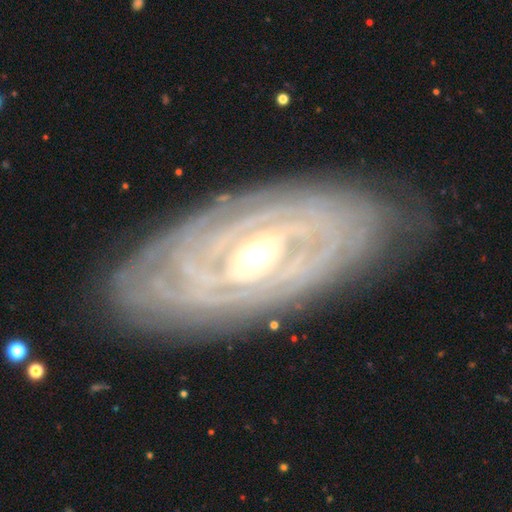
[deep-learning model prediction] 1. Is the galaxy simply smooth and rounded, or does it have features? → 87% featured or disk, 7% smooth, 6% star or artifact.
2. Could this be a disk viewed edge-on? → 88% no, 12% yes.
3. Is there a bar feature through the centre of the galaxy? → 40% weak, 35% strong, 25% no.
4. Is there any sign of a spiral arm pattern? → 92% yes, 8% no.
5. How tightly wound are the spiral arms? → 85% tight, 12% medium, 3% loose.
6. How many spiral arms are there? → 46% can't tell, 13% 2, 12% more than 4, 11% 4, 11% 3, 6% 1.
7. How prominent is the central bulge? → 58% moderate, 37% small, 3% large, 1% dominant, 1% none.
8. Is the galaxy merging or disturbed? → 84% none, 11% minor disturbance, 3% major disturbance, 1% merger.